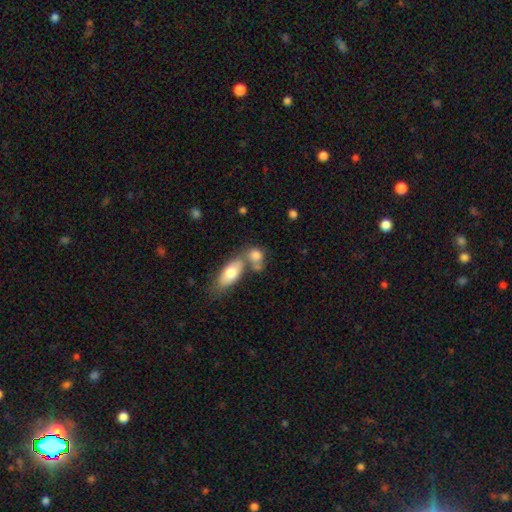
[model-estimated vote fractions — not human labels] smooth_or_featured: smooth (p=0.78) [alt: featured or disk p=0.15]
how_rounded: in between (p=0.68) [alt: round p=0.26]
merging: merger (p=0.49) [alt: none p=0.32]